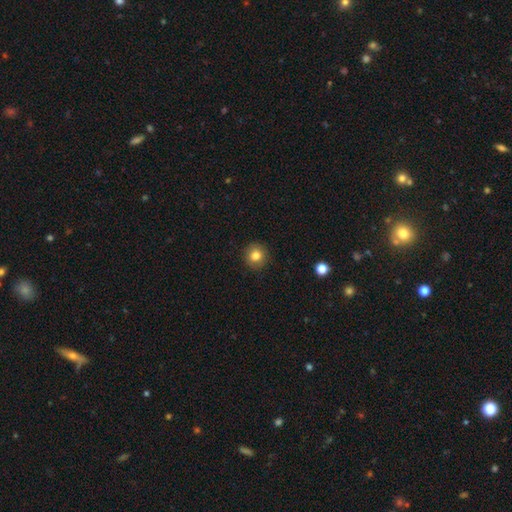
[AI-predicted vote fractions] Overall: smooth (82%). How rounded: round (93%). Merging: none (91%).